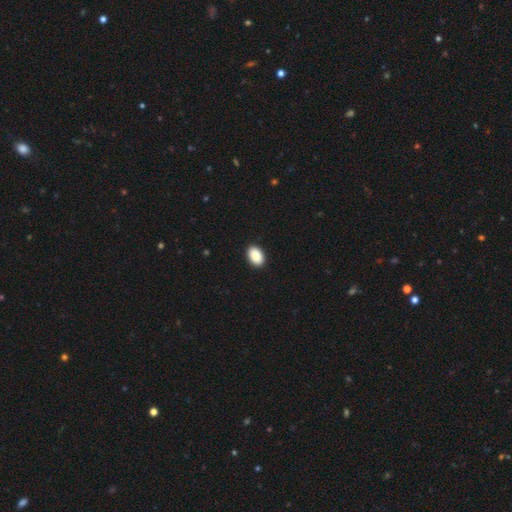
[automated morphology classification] Q: Smooth or featured?
A: smooth (90%); runner-up: star or artifact (7%)
Q: How rounded?
A: in between (89%); runner-up: round (10%)
Q: Merging?
A: none (92%); runner-up: minor disturbance (6%)